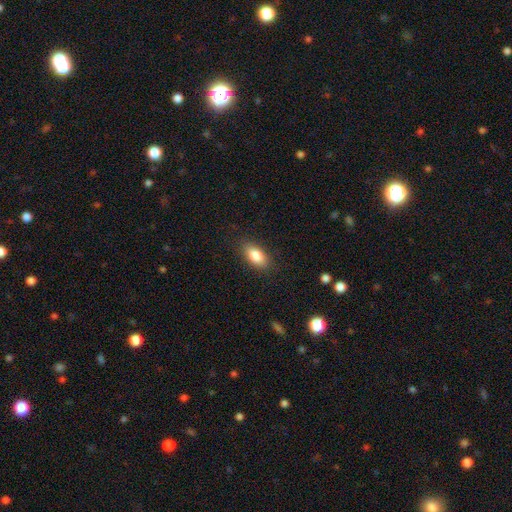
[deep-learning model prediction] This appears to be a smooth galaxy with no disk features (85%) that is in between round and cigar-shaped (90%). Merging: none (85%).